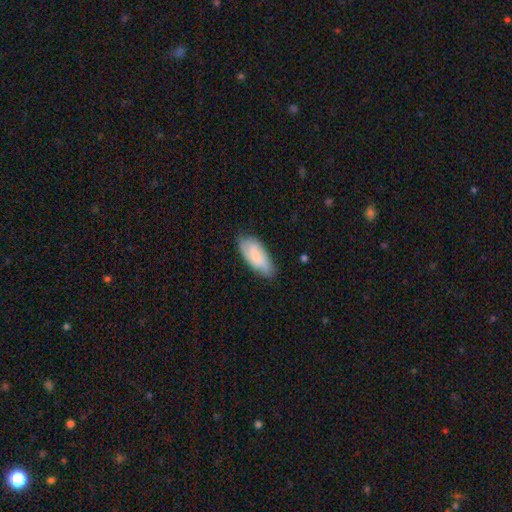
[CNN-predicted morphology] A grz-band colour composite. It shows a smooth galaxy with no disk features (71%) that is in between round and cigar-shaped (86%). Merging: none (68%).